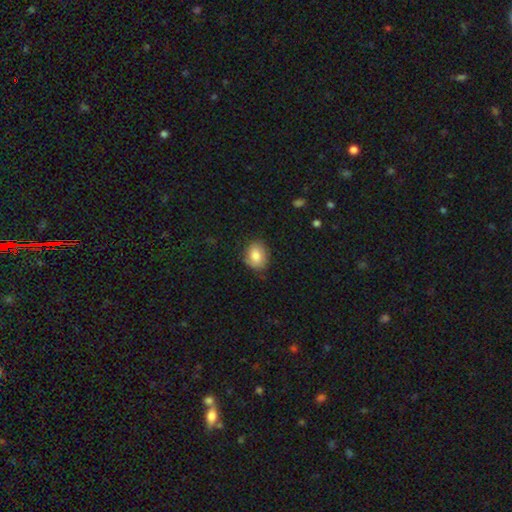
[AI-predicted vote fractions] Smooth or featured: smooth — 83% (featured or disk — 10%)
How rounded: in between — 63% (round — 36%)
Merging: none — 76% (minor disturbance — 19%)